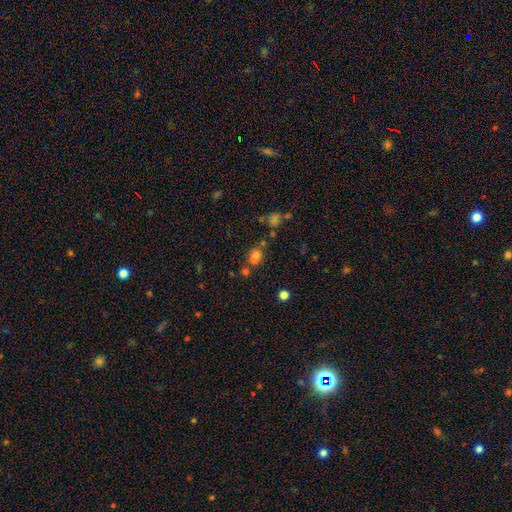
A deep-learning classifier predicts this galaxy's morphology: This appears to be a smooth galaxy with no disk features (64%) that is round (75%). Merging: none (46%).